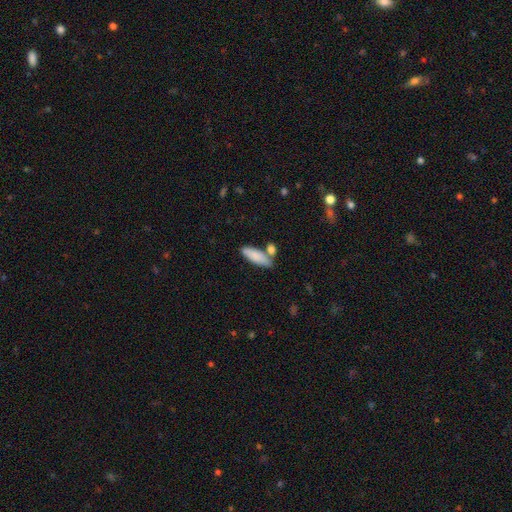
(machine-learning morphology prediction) Smooth or featured?
  - smooth: 84% *
  - featured or disk: 10%
  - star or artifact: 6%
How rounded?
  - in between: 58% *
  - cigar-shaped: 40%
  - round: 2%
Merging?
  - none: 61% *
  - merger: 20%
  - minor disturbance: 15%
  - major disturbance: 4%